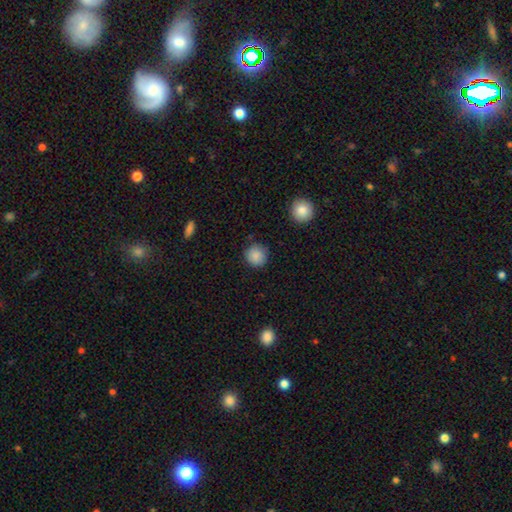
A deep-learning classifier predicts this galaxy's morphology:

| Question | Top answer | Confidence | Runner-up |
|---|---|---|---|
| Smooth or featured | smooth | 87% | star or artifact (8%) |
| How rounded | round | 92% | in between (7%) |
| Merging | none | 85% | minor disturbance (11%) |